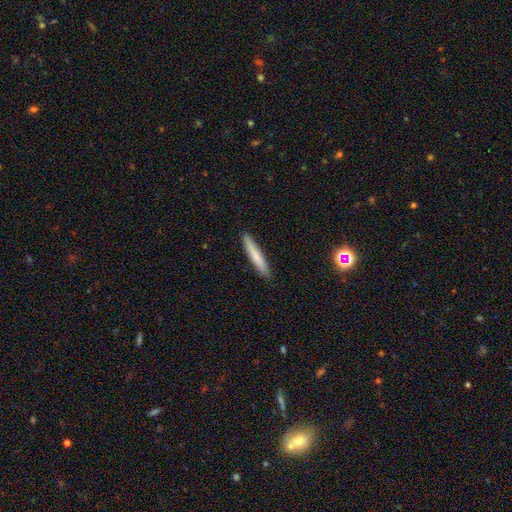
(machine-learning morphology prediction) smooth 73%, featured or disk 20%, star or artifact 7%. Down the decision tree: how rounded — cigar-shaped (92%); merging — none (90%).